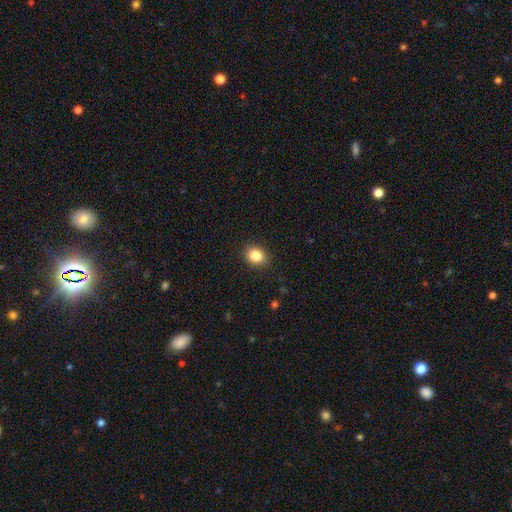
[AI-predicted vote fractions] smooth 85%, star or artifact 10%, featured or disk 5%. Down the decision tree: how rounded — round (54%); merging — none (90%).